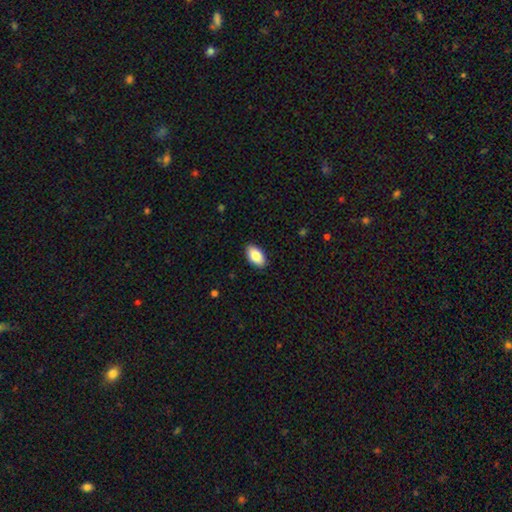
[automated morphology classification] type=smooth (85%); roundness=in between (94%); merging=none (89%).